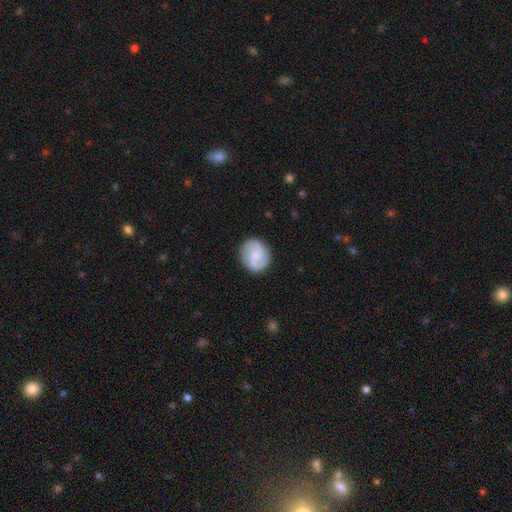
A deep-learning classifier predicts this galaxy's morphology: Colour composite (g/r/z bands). It shows a featured or disk galaxy (57%) with no bar (55%), 2 (74%) medium (48%) spiral arms (94%) and a small central bulge (42%). Merging: none (86%).